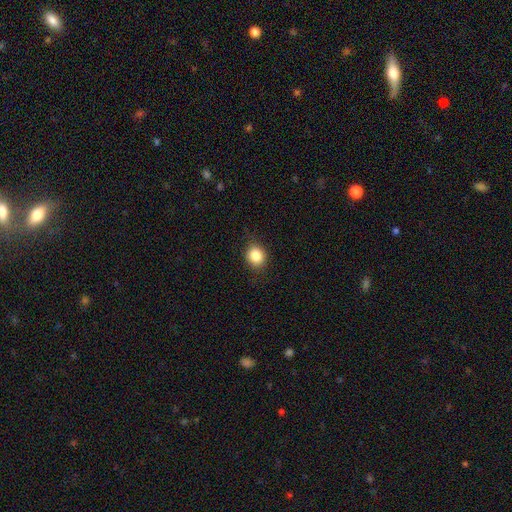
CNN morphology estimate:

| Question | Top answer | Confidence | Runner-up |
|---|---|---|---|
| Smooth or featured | smooth | 84% | star or artifact (10%) |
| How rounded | round | 73% | in between (26%) |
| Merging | none | 87% | minor disturbance (10%) |